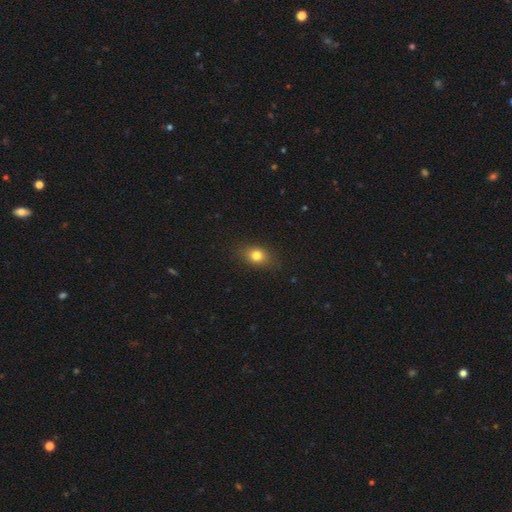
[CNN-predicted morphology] smooth 78%, star or artifact 12%, featured or disk 10%. Down the decision tree: how rounded — in between (62%); merging — none (84%).